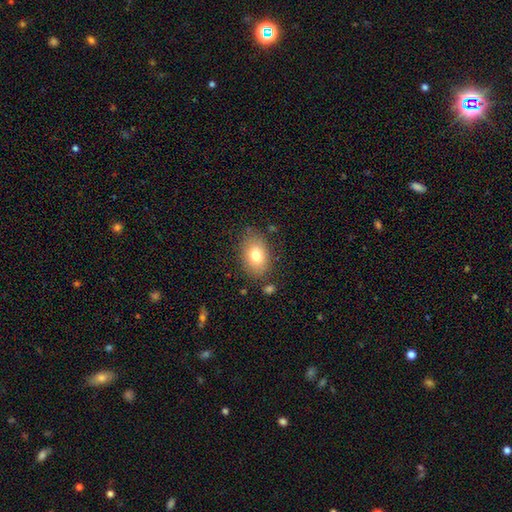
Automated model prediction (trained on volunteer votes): Q: Smooth or featured?
A: smooth (77%); runner-up: featured or disk (14%)
Q: How rounded?
A: in between (82%); runner-up: round (17%)
Q: Merging?
A: none (79%); runner-up: minor disturbance (14%)